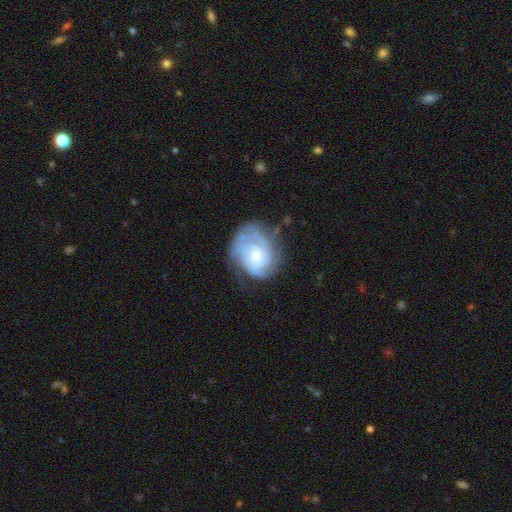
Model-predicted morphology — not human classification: featured or disk 79%, smooth 15%, star or artifact 6%. Down the decision tree: edge-on disk — no (98%); bar — no (73%); spiral arms — yes (93%); spiral arm count — can't tell (37%); spiral winding — tight (63%); bulge size — small (51%); merging — none (60%).